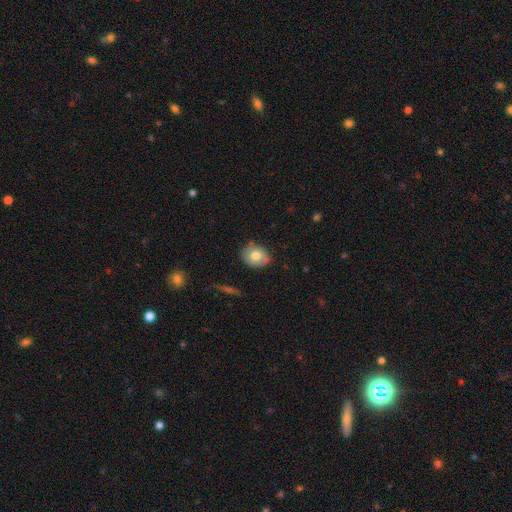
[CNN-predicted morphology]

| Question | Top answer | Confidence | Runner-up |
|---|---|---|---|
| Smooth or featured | smooth | 71% | featured or disk (22%) |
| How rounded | in between | 50% | round (49%) |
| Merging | none | 77% | minor disturbance (19%) |